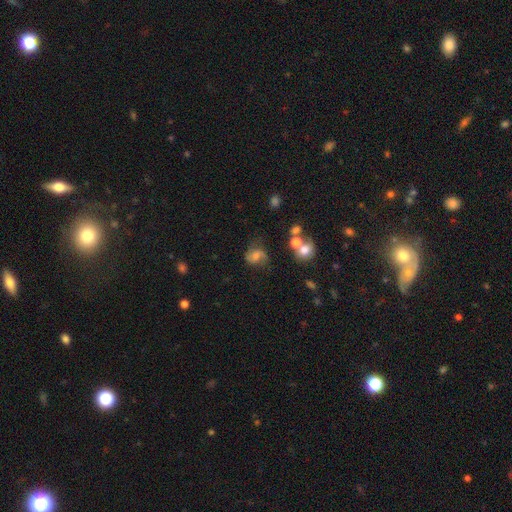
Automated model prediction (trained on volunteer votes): smooth-or-featured: featured or disk: 53% | smooth: 34% | star or artifact: 13%
  disk-edge-on: no: 97% | yes: 3%
    bar: no: 52% | weak: 38% | strong: 9%
    has-spiral-arms: yes: 88% | no: 12%
    bulge-size: moderate: 51% | small: 28% | none: 11% | large: 8% | dominant: 2%
  merging: none: 53% | minor disturbance: 25% | major disturbance: 16% | merger: 6%